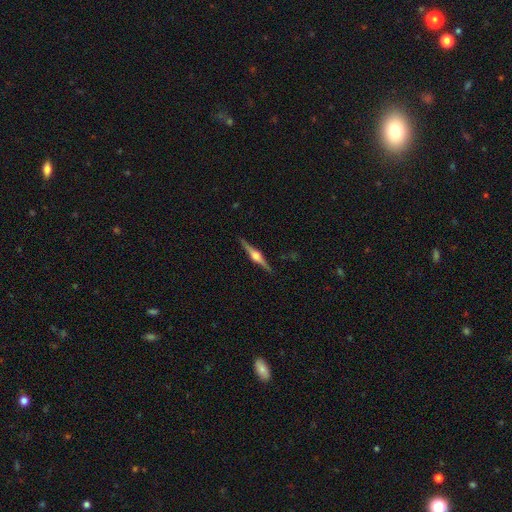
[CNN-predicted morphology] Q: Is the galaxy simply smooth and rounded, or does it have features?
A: featured or disk — 84%.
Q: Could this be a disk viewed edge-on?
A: yes — 98%.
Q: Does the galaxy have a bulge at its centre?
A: rounded — 91%.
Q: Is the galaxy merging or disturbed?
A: none — 91%.